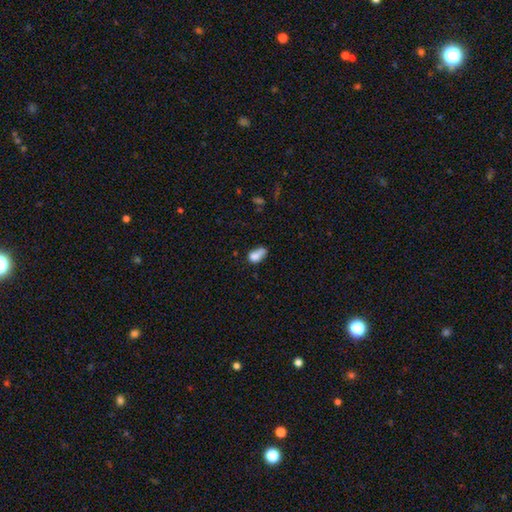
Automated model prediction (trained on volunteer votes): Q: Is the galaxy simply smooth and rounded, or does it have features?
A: smooth — 77%.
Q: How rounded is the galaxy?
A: in between — 83%.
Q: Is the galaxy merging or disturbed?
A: minor disturbance — 33%.